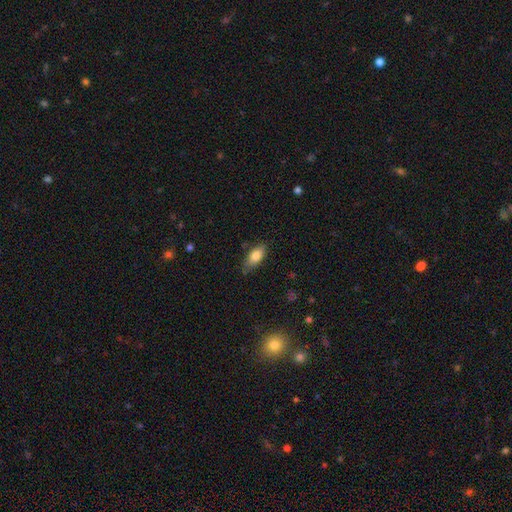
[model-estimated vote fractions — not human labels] A smooth galaxy with no disk features (79%) that is in between round and cigar-shaped (83%).

Vote fractions:
- Smooth or featured? smooth: 79% / featured or disk: 14% / star or artifact: 7%
- How rounded? in between: 83% / cigar-shaped: 13% / round: 3%
- Merging? none: 76% / minor disturbance: 18% / major disturbance: 3% / merger: 2%